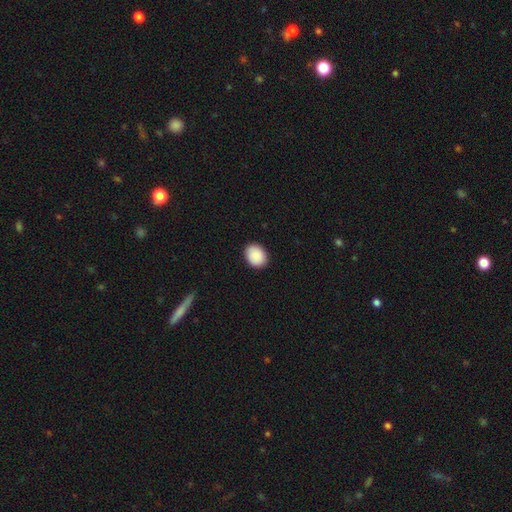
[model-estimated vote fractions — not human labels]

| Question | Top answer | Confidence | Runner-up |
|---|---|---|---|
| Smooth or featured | smooth | 90% | star or artifact (7%) |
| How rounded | in between | 52% | round (47%) |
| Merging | none | 89% | minor disturbance (8%) |